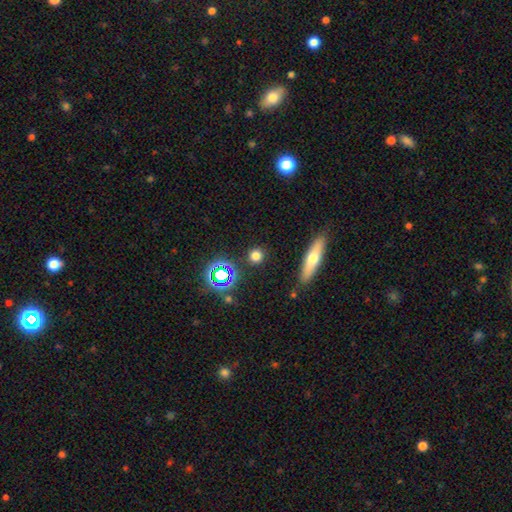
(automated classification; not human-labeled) This appears to be a smooth galaxy with no disk features (72%) that is round (88%). Merging: none (88%).